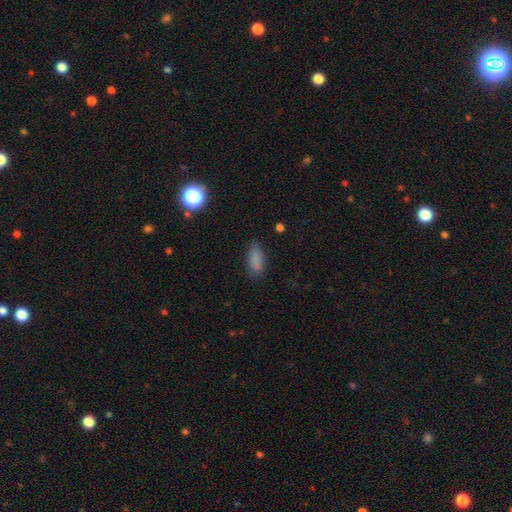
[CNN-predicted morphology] smooth 79%, star or artifact 14%, featured or disk 7%. Down the decision tree: how rounded — in between (67%); merging — none (77%).